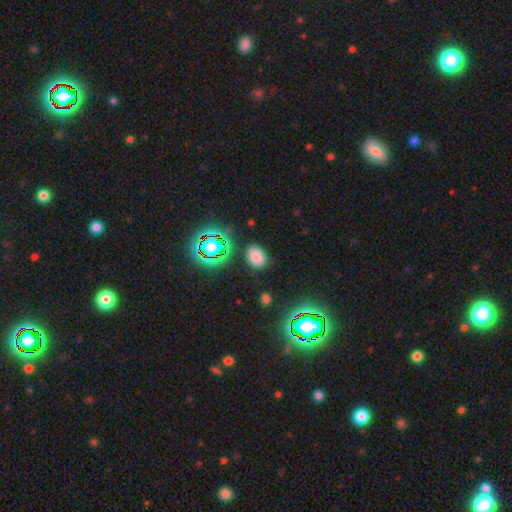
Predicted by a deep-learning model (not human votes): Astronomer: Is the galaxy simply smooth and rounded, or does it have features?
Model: smooth — 74%.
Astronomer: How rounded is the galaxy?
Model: in between — 75%.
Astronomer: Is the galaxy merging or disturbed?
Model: none — 82%.